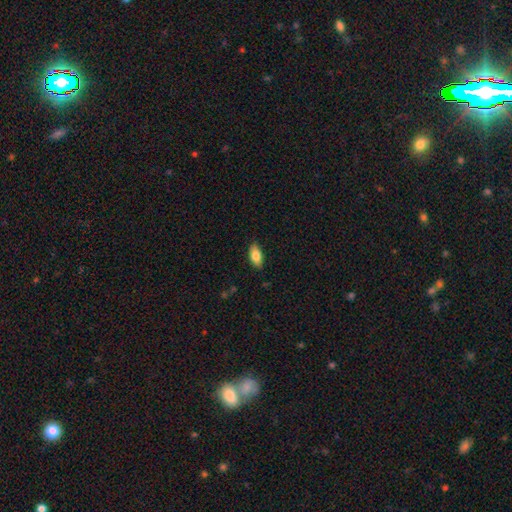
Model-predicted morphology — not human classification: smooth 82%, featured or disk 11%, star or artifact 7%. Down the decision tree: how rounded — in between (91%); merging — none (86%).